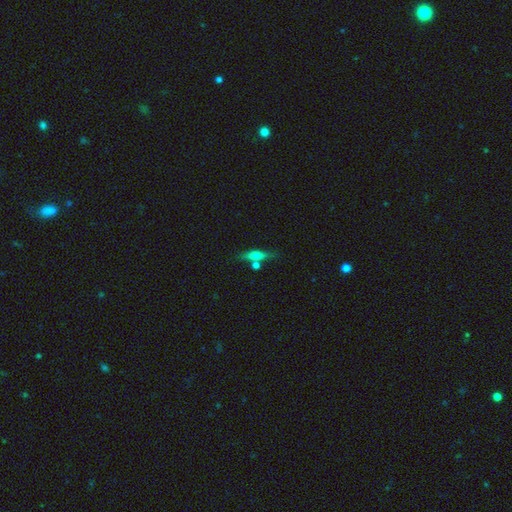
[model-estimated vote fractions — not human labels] Q: Smooth or featured?
A: smooth (51%); runner-up: featured or disk (40%)
Q: How rounded?
A: cigar-shaped (73%); runner-up: in between (23%)
Q: Merging?
A: none (68%); runner-up: merger (15%)